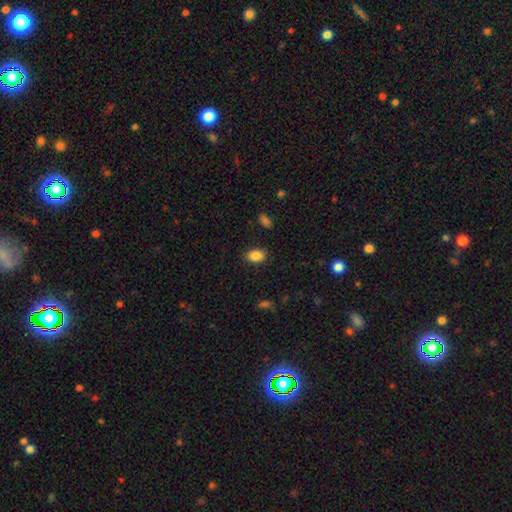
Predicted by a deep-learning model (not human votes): Smooth or featured?
  - smooth: 87% *
  - star or artifact: 8%
  - featured or disk: 4%
How rounded?
  - in between: 86% *
  - round: 12%
  - cigar-shaped: 1%
Merging?
  - none: 86% *
  - minor disturbance: 10%
  - major disturbance: 3%
  - merger: 1%